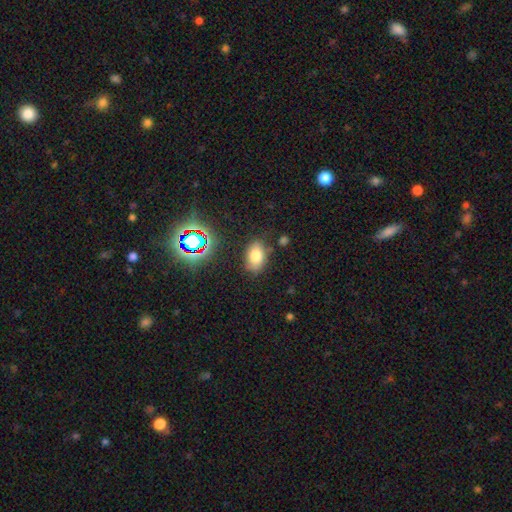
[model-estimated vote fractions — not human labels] This appears to be a smooth galaxy with no disk features (74%) that is in between round and cigar-shaped (86%). Merging: none (77%).